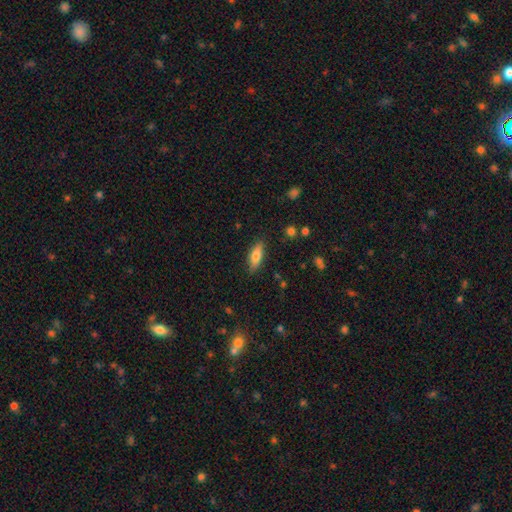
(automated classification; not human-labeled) Smooth or featured?
  - smooth: 72% *
  - featured or disk: 21%
  - star or artifact: 7%
How rounded?
  - in between: 65% *
  - cigar-shaped: 32%
  - round: 3%
Merging?
  - none: 85% *
  - minor disturbance: 11%
  - major disturbance: 2%
  - merger: 1%